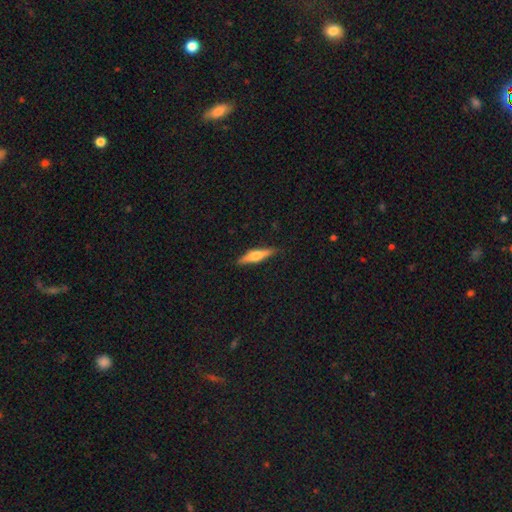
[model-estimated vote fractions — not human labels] A featured or disk galaxy (54%) viewed edge-on (95%) with a rounded central bulge (92%). Merging: none (88%).